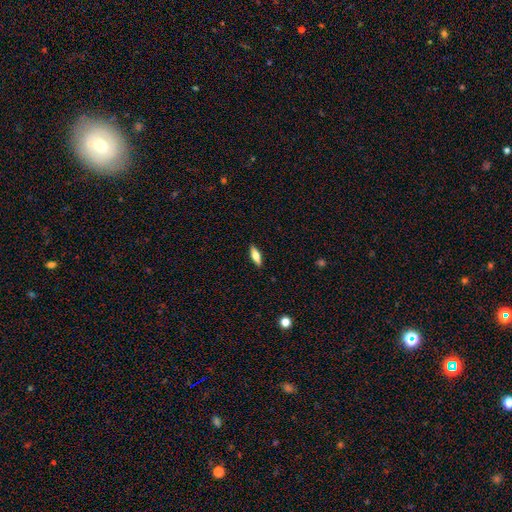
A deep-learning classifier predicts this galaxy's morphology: Overall: smooth (65%; featured or disk 28%). How rounded: in between (59%; cigar-shaped 38%). Merging: none (89%).